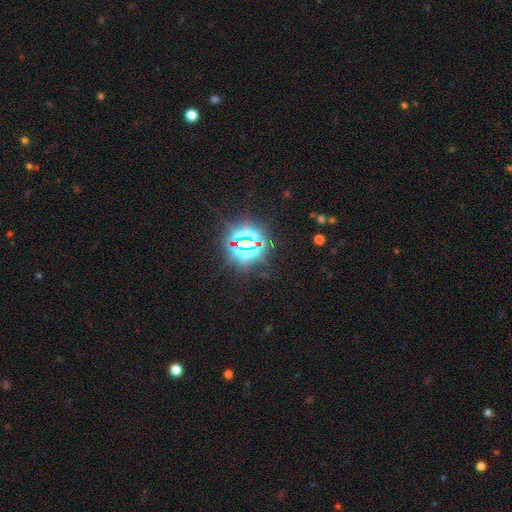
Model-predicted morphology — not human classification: Smooth or featured? star or artifact (83%)